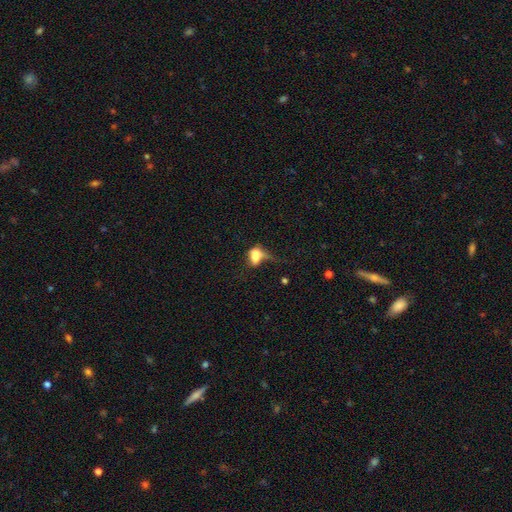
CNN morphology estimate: smooth 68%, featured or disk 21%, star or artifact 11%. Down the decision tree: how rounded — in between (78%); merging — major disturbance (47%).